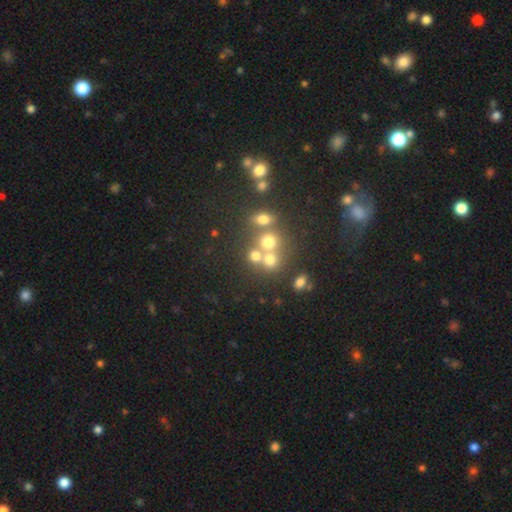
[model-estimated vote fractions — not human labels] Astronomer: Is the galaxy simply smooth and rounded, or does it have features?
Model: smooth — 63%.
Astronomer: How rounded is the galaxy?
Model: round — 79%.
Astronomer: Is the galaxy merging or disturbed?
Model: none — 50% (runner-up: merger, 38%).